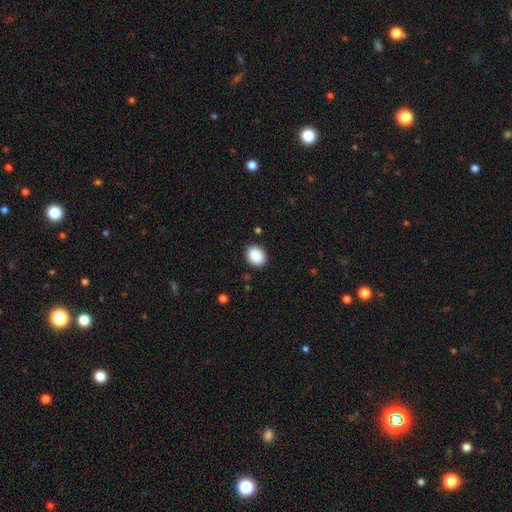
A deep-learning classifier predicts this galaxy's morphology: A smooth galaxy with no disk features (89%) that is in between round and cigar-shaped (56%).

Vote fractions:
- Smooth or featured? smooth: 89% / star or artifact: 8% / featured or disk: 3%
- How rounded? in between: 56% / round: 43% / cigar-shaped: 1%
- Merging? none: 88% / minor disturbance: 8% / major disturbance: 2% / merger: 1%